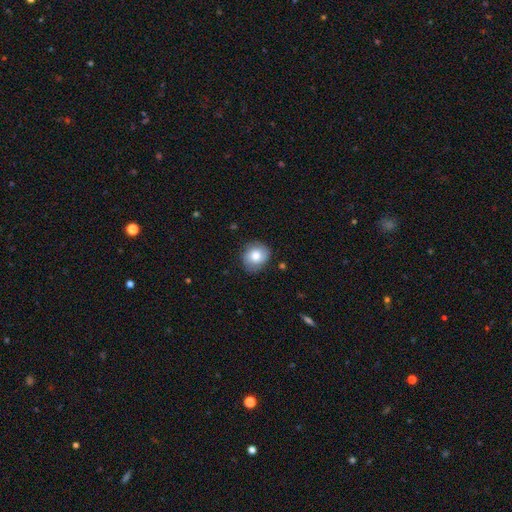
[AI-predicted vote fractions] Smooth or featured: smooth — 77% (featured or disk — 15%)
How rounded: round — 69% (in between — 30%)
Merging: none — 76% (minor disturbance — 19%)